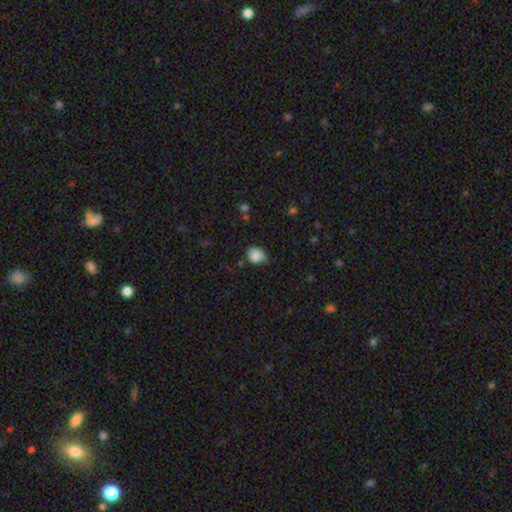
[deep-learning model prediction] Overall: smooth (86%). How rounded: round (57%; in between 42%). Merging: none (64%; minor disturbance 28%).